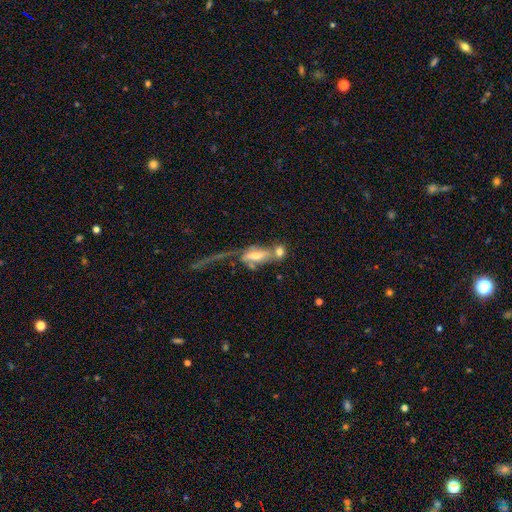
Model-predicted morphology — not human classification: A featured or disk galaxy (50%).

Vote fractions:
- Smooth or featured? featured or disk: 50% / smooth: 40% / star or artifact: 11%
- Merging? merger: 49% / major disturbance: 23% / none: 18% / minor disturbance: 10%